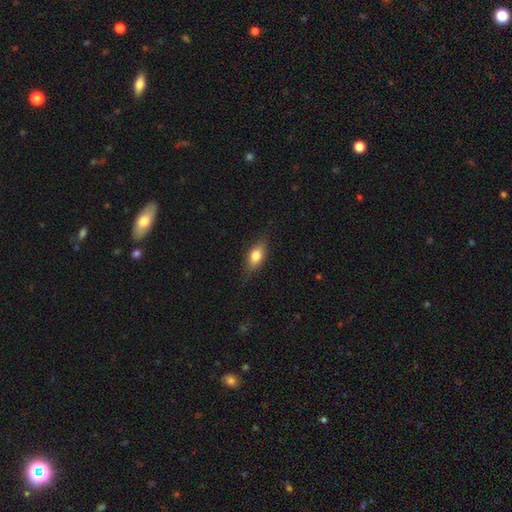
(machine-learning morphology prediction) Smooth or featured? Predicted: smooth (p=0.75). How rounded? Predicted: in between (p=0.79). Merging? Predicted: none (p=0.78).